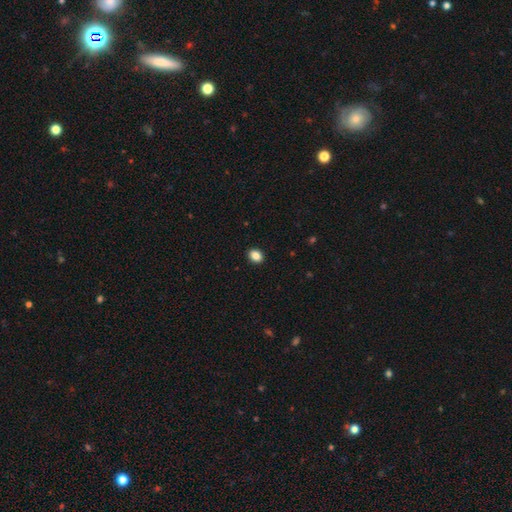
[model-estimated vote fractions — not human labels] Smooth or featured: smooth — 87% (star or artifact — 9%)
How rounded: in between — 53% (round — 46%)
Merging: none — 91% (minor disturbance — 6%)